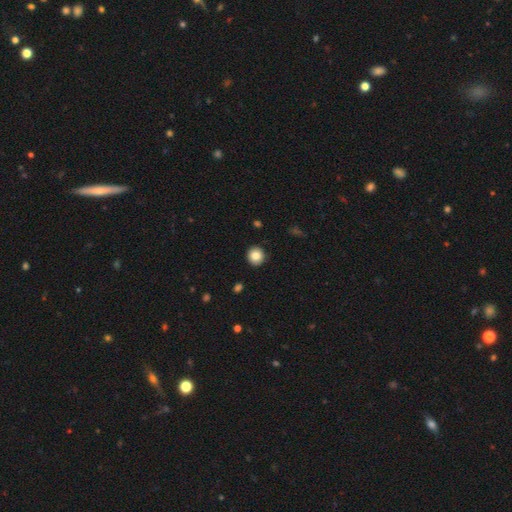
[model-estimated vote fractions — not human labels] A smooth galaxy with no disk features (84%) that is round (92%).

Vote fractions:
- Smooth or featured? smooth: 84% / star or artifact: 9% / featured or disk: 7%
- How rounded? round: 92% / in between: 7% / cigar-shaped: 1%
- Merging? none: 91% / minor disturbance: 6% / major disturbance: 2% / merger: 1%